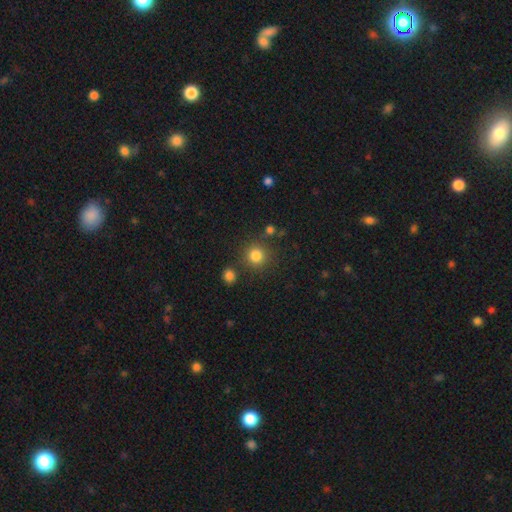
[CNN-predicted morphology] This appears to be a smooth galaxy with no disk features (82%) that is round (93%). Merging: none (83%).